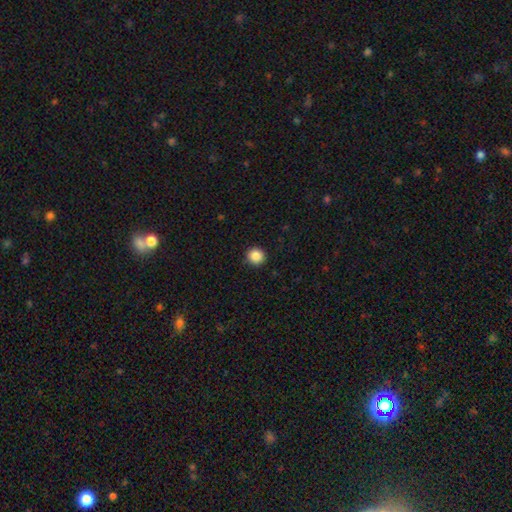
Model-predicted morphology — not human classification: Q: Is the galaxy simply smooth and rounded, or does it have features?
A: smooth — 87%.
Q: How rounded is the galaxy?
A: round — 92%.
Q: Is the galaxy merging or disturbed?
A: none — 92%.